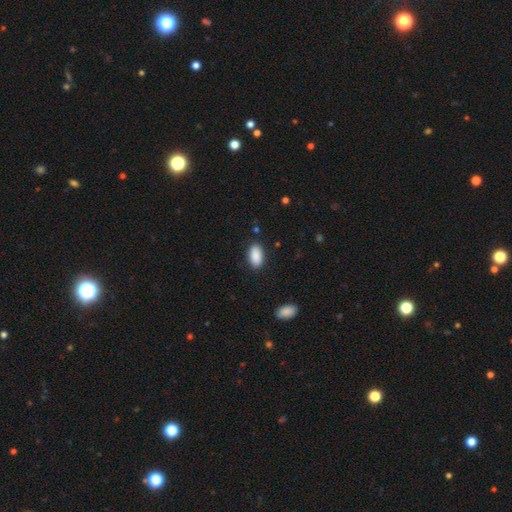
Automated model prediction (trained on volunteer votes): Smooth or featured?
  - smooth: 90% *
  - star or artifact: 7%
  - featured or disk: 3%
How rounded?
  - in between: 94% *
  - cigar-shaped: 3%
  - round: 3%
Merging?
  - none: 87% *
  - minor disturbance: 9%
  - major disturbance: 2%
  - merger: 1%